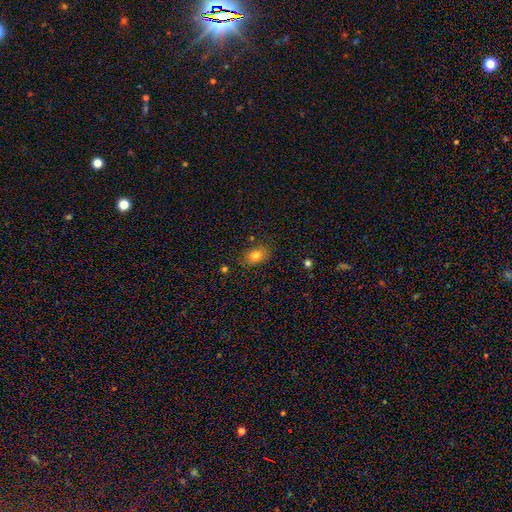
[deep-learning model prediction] This is clearly a smooth galaxy (80%). How rounded: likely in between (79%). Merging: clearly none (81%).